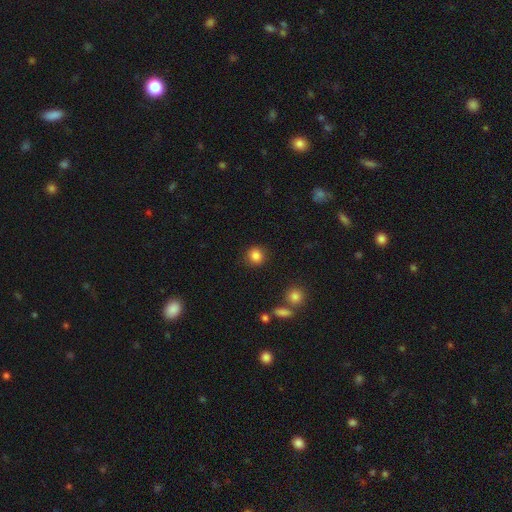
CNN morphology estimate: This is clearly a smooth galaxy (85%). How rounded: clearly round (88%). Merging: clearly none (87%).